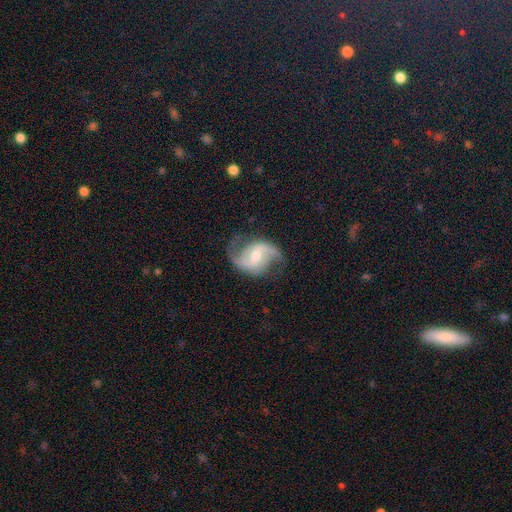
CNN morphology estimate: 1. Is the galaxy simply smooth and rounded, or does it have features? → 89% featured or disk, 6% smooth, 5% star or artifact.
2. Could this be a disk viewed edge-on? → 98% no, 2% yes.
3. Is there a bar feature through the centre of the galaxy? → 50% weak, 25% no, 25% strong.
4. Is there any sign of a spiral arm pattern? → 97% yes, 3% no.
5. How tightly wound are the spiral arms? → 54% loose, 38% medium, 8% tight.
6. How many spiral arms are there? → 93% 2, 2% can't tell, 2% 1, 1% 3, 1% 4, 1% more than 4.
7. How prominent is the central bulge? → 49% moderate, 45% small, 3% large, 2% none, 1% dominant.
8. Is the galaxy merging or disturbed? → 76% none, 15% minor disturbance, 7% major disturbance, 1% merger.